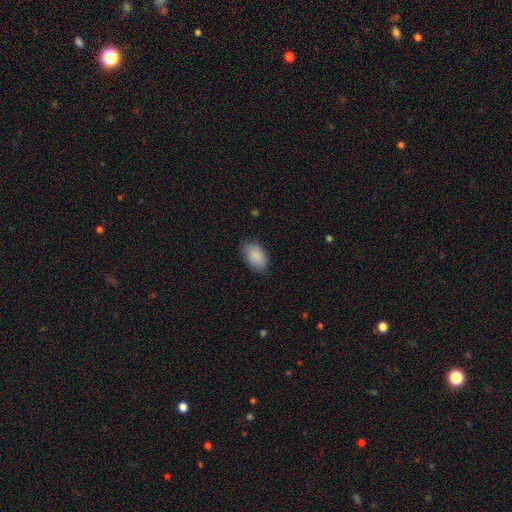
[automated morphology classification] Overall: smooth (89%). How rounded: in between (92%). Merging: none (81%).